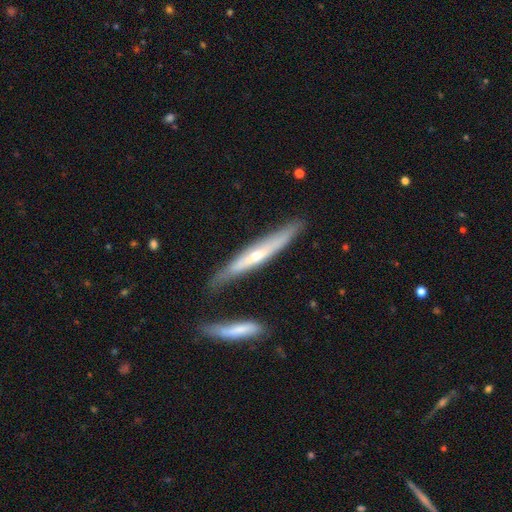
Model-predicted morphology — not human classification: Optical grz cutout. It shows a featured or disk galaxy (62%) viewed edge-on (87%) with a rounded central bulge (64%). Merging: none (73%).